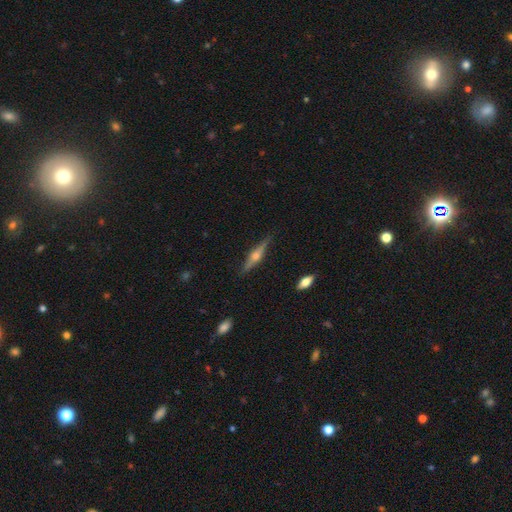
Smooth or featured?
  - featured or disk: 86% *
  - smooth: 14%
  - star or artifact: 0%
Edge-on disk?
  - yes: 97% *
  - no: 3%
Edge-on bulge?
  - rounded: 100% *
  - boxy: 0%
  - none: 0%
Merging?
  - none: 86% *
  - minor disturbance: 14%
  - major disturbance: 0%
  - merger: 0%